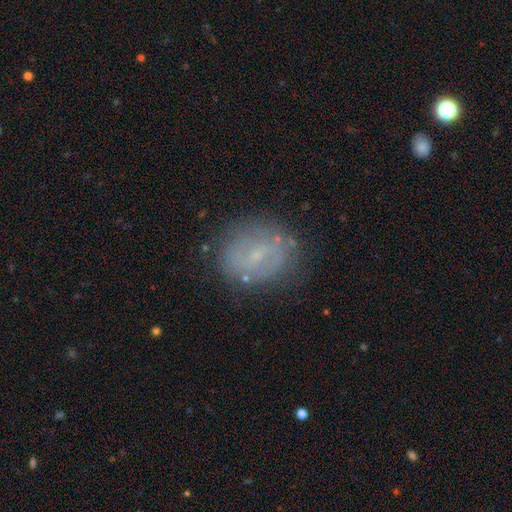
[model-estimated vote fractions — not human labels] Smooth or featured? featured or disk (54%)
Edge-on disk? no (96%)
Bar? weak (50%)
Spiral arms? yes (57%)
Bulge size? small (70%)
Merging? none (77%)